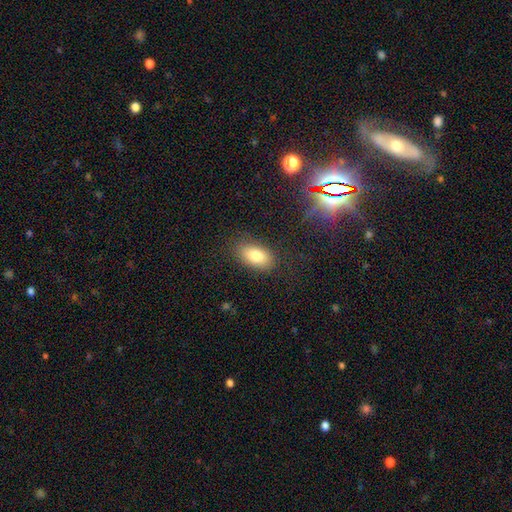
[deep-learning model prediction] Smooth or featured?
  - smooth: 81% *
  - featured or disk: 10%
  - star or artifact: 8%
How rounded?
  - in between: 91% *
  - round: 6%
  - cigar-shaped: 3%
Merging?
  - none: 84% *
  - minor disturbance: 11%
  - major disturbance: 4%
  - merger: 1%